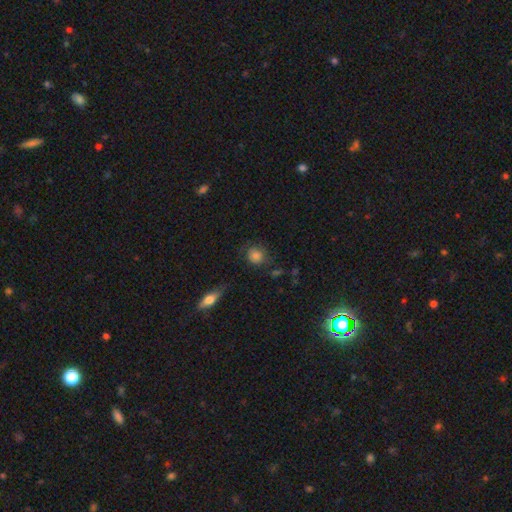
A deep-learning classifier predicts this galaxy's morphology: smooth_or_featured: smooth (p=0.76) [alt: featured or disk p=0.15]
how_rounded: round (p=0.80) [alt: in between p=0.19]
merging: none (p=0.67) [alt: minor disturbance p=0.21]